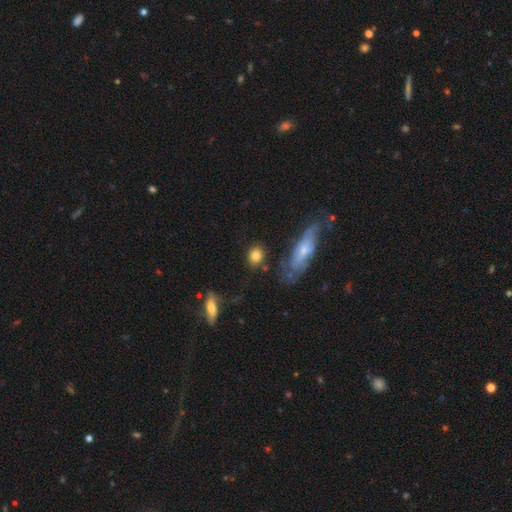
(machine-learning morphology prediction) Smooth or featured?
  - smooth: 80% *
  - featured or disk: 12%
  - star or artifact: 8%
How rounded?
  - round: 65% *
  - in between: 30%
  - cigar-shaped: 4%
Merging?
  - none: 76% *
  - minor disturbance: 13%
  - merger: 6%
  - major disturbance: 5%